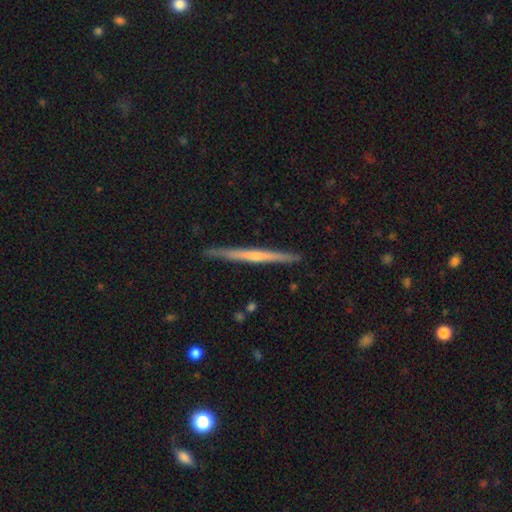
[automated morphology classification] Smooth or featured: featured or disk — 65% (smooth — 30%)
Edge-on disk: yes — 98% (no — 2%)
Edge-on bulge: none — 51% (rounded — 42%)
Merging: none — 90% (minor disturbance — 8%)